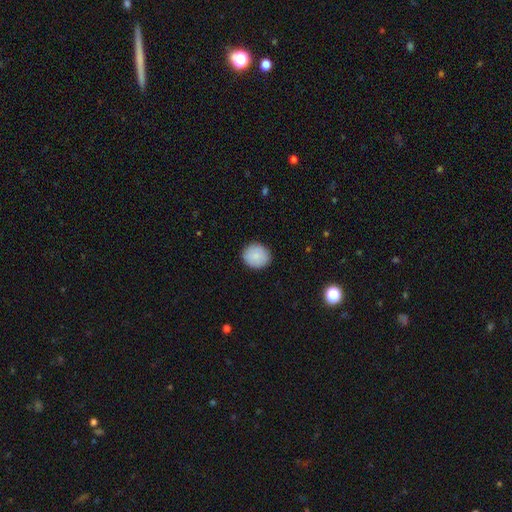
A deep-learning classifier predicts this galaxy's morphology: Smooth or featured: smooth — 87% (star or artifact — 7%)
How rounded: round — 75% (in between — 24%)
Merging: none — 89% (minor disturbance — 8%)